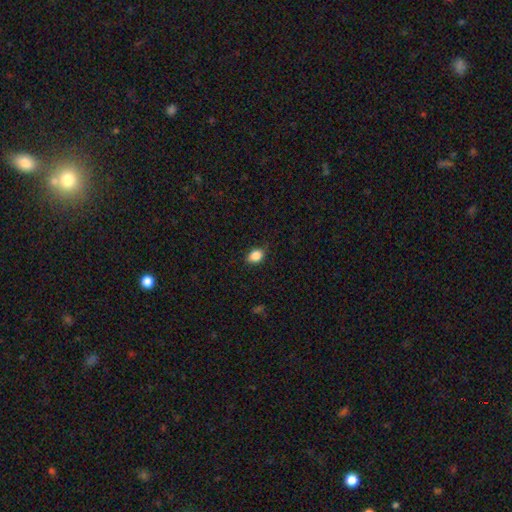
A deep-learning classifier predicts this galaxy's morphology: Overall: smooth (86%). How rounded: in between (67%; round 31%). Merging: none (80%).